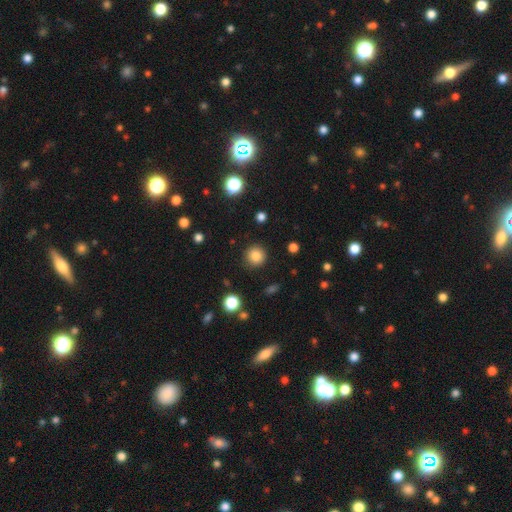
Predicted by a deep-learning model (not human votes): smooth 85%, star or artifact 11%, featured or disk 4%. Down the decision tree: how rounded — round (94%); merging — none (90%).